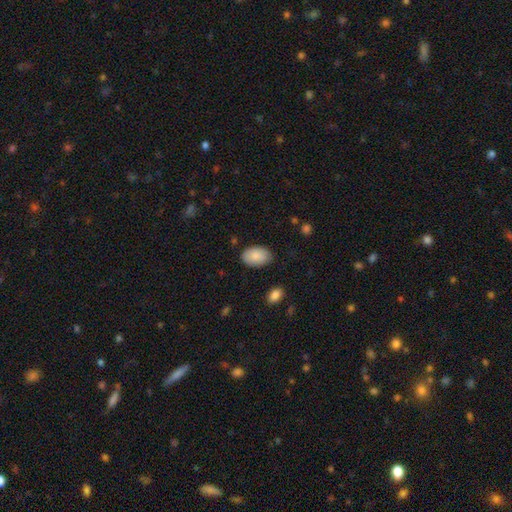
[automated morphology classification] A smooth galaxy with no disk features (87%) that is in between round and cigar-shaped (91%).

Vote fractions:
- Smooth or featured? smooth: 87% / featured or disk: 7% / star or artifact: 6%
- How rounded? in between: 91% / round: 7% / cigar-shaped: 1%
- Merging? none: 82% / minor disturbance: 13% / major disturbance: 3% / merger: 1%